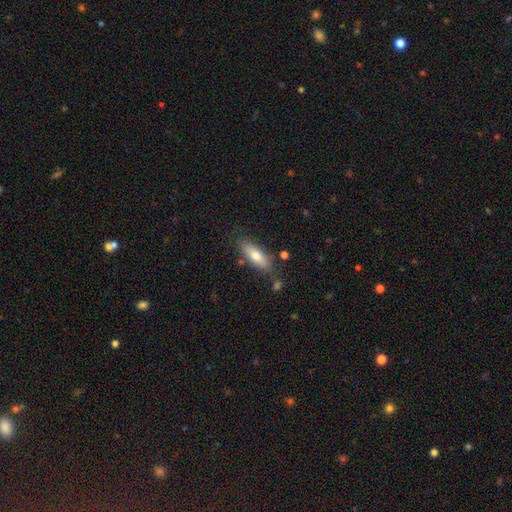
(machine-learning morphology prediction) Smooth or featured? Predicted: smooth (p=0.71). How rounded? Predicted: in between (p=0.54). Merging? Predicted: none (p=0.79).